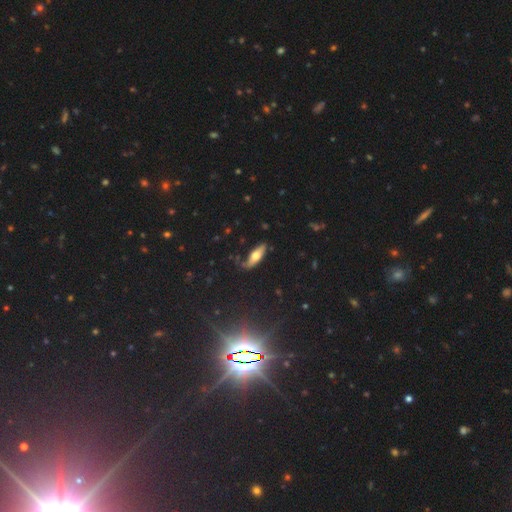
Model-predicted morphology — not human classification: Smooth or featured: smooth — 60% (featured or disk — 33%)
How rounded: in between — 57% (cigar-shaped — 41%)
Merging: none — 74% (minor disturbance — 19%)